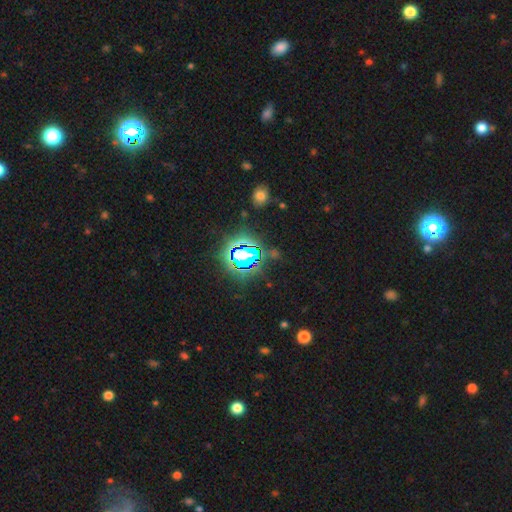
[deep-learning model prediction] A star or artifact, not a galaxy (80%).

Vote fractions:
- Smooth or featured? star or artifact: 80% / smooth: 13% / featured or disk: 7%